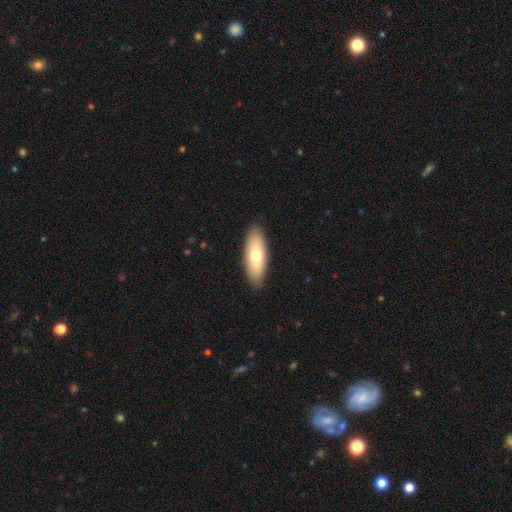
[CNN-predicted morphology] The model was most divided on "how rounded": in between: 66%, cigar-shaped: 32%, round: 2%. More confident: merging — none (87%); smooth or featured — smooth (67%).